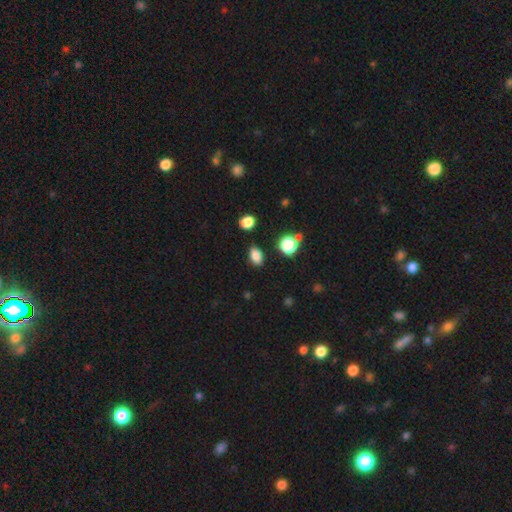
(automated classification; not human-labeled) This appears to be a smooth galaxy with no disk features (84%) that is in between round and cigar-shaped (82%). Merging: none (85%).